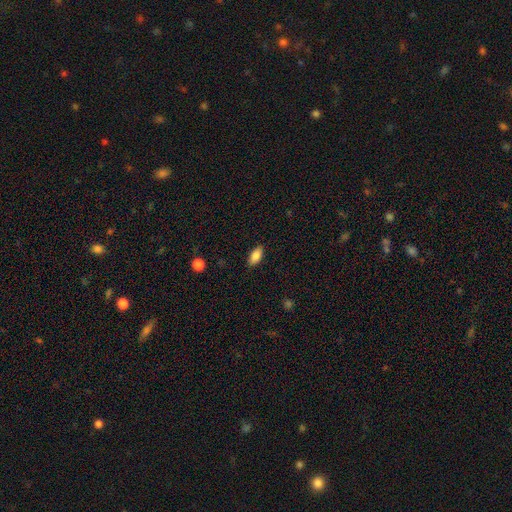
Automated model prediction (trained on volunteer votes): Morphology: type=smooth (85%); roundness=in between (89%); merging=none (87%).